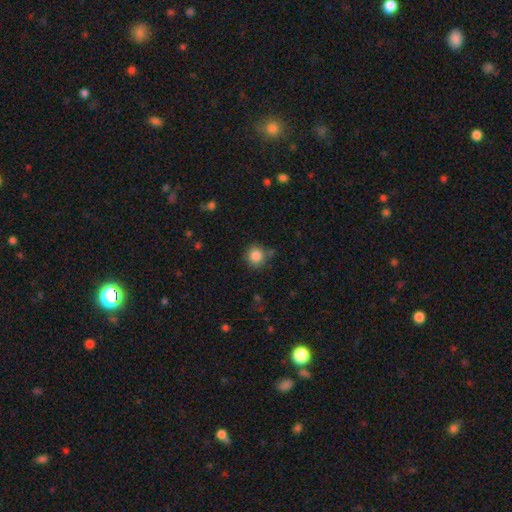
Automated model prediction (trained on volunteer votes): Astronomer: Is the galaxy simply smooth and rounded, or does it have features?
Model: smooth — 85%.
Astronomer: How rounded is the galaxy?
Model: round — 89%.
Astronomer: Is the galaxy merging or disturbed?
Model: none — 76%.